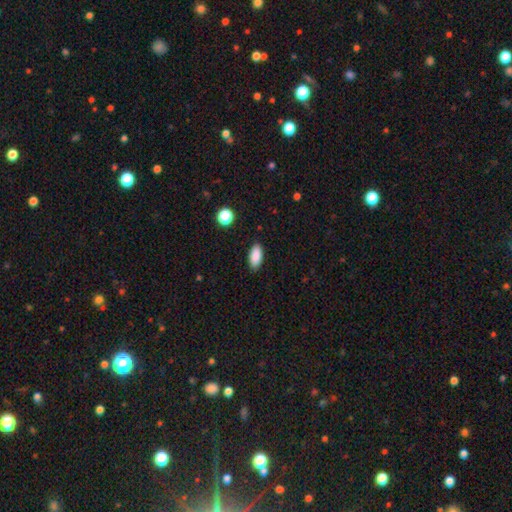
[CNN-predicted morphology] smooth 88%, star or artifact 8%, featured or disk 4%. Down the decision tree: how rounded — in between (90%); merging — none (88%).